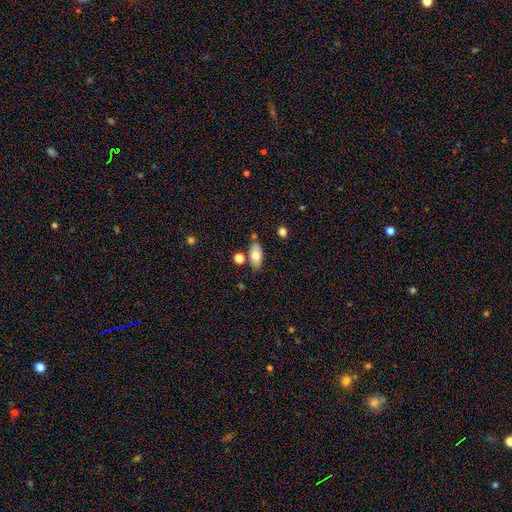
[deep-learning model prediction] The model was most divided on "smooth or featured": smooth: 71%, featured or disk: 21%, star or artifact: 7%. More confident: how rounded — in between (90%); merging — none (74%).